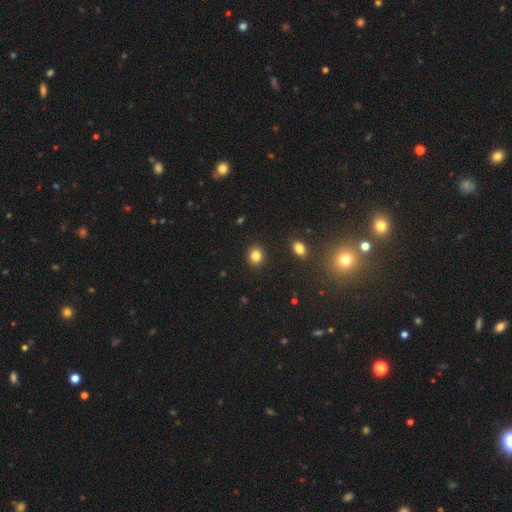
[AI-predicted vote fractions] smooth-or-featured: smooth: 83% | star or artifact: 12% | featured or disk: 6%
  how-rounded: round: 72% | in between: 27% | cigar-shaped: 1%
  merging: none: 90% | minor disturbance: 6% | major disturbance: 2% | merger: 2%